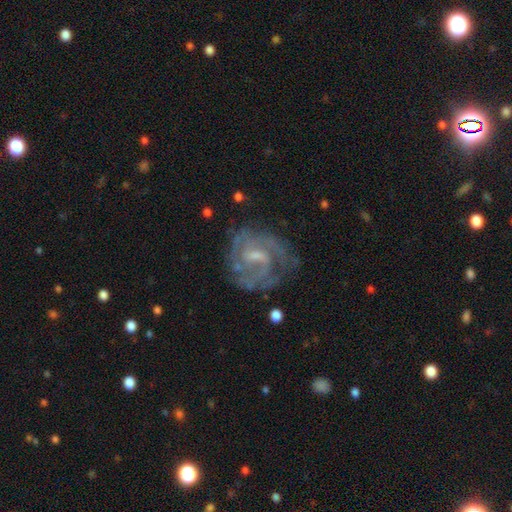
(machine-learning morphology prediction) Q: Smooth or featured?
A: featured or disk (82%); runner-up: smooth (11%)
Q: Edge-on disk?
A: no (98%); runner-up: yes (2%)
Q: Bar?
A: weak (60%); runner-up: no (22%)
Q: Spiral arms?
A: yes (89%); runner-up: no (11%)
Q: Spiral winding?
A: tight (45%); runner-up: medium (42%)
Q: Spiral arm count?
A: 2 (37%); runner-up: can't tell (30%)
Q: Bulge size?
A: small (47%); runner-up: moderate (31%)
Q: Merging?
A: none (64%); runner-up: minor disturbance (20%)